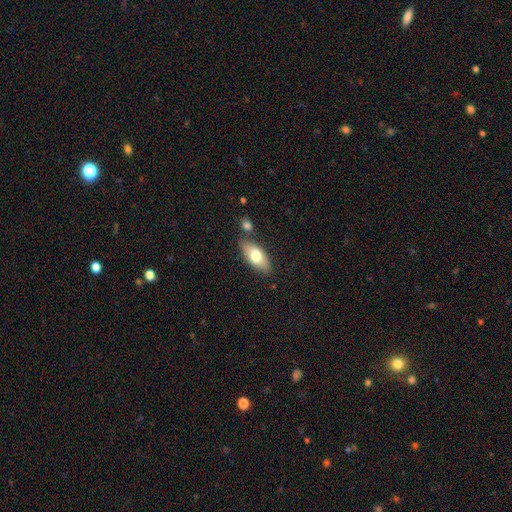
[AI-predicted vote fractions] Smooth or featured? Predicted: smooth (p=0.72). How rounded? Predicted: in between (p=0.86). Merging? Predicted: none (p=0.73).